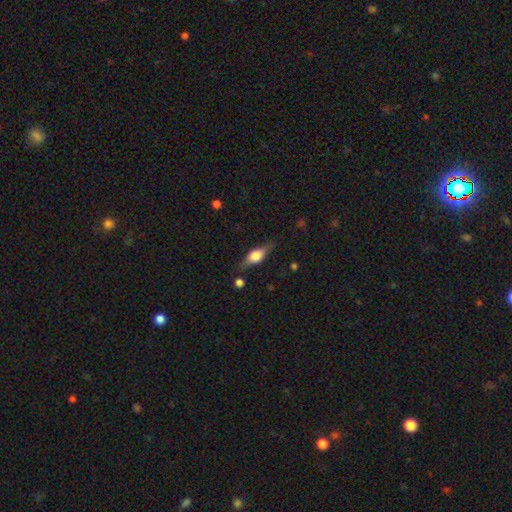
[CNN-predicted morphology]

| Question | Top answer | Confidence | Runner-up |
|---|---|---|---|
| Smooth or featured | featured or disk | 54% | smooth (39%) |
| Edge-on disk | yes | 92% | no (8%) |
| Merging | none | 78% | minor disturbance (15%) |